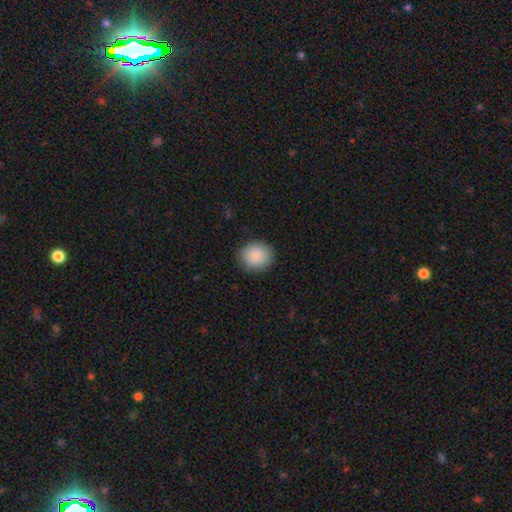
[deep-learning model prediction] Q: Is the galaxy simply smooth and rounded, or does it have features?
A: smooth — 89%.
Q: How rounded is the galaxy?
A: round — 79%.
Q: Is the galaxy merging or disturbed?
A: none — 88%.